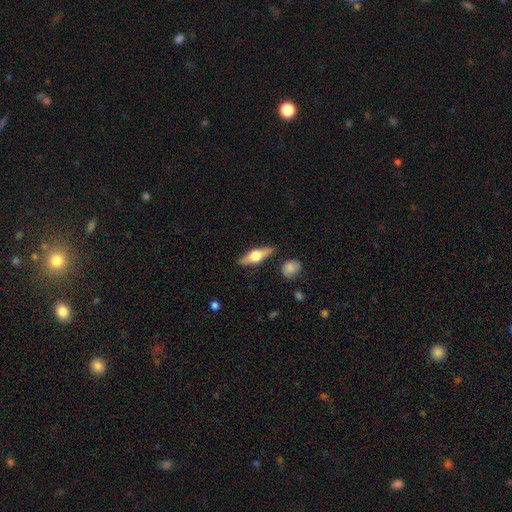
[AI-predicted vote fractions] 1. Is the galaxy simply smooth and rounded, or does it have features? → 61% featured or disk, 33% smooth, 6% star or artifact.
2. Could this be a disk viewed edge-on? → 94% yes, 6% no.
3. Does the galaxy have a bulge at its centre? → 95% rounded, 4% boxy, 1% none.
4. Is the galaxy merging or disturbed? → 86% none, 9% minor disturbance, 2% merger, 2% major disturbance.